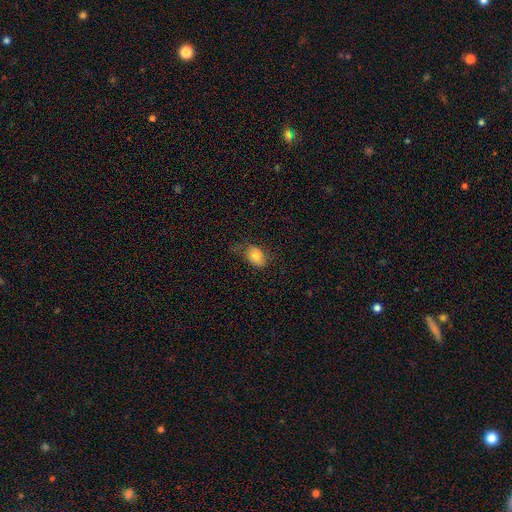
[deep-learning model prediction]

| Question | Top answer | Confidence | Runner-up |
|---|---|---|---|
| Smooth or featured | smooth | 79% | featured or disk (12%) |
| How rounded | in between | 78% | round (21%) |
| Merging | none | 58% | minor disturbance (28%) |